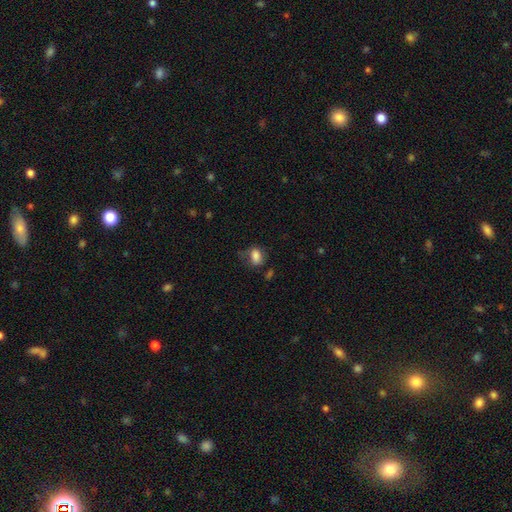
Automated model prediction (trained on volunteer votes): The model was most divided on "merging": none: 56%, minor disturbance: 27%, major disturbance: 13%, merger: 4%. More confident: smooth or featured — smooth (82%); how rounded — in between (76%).